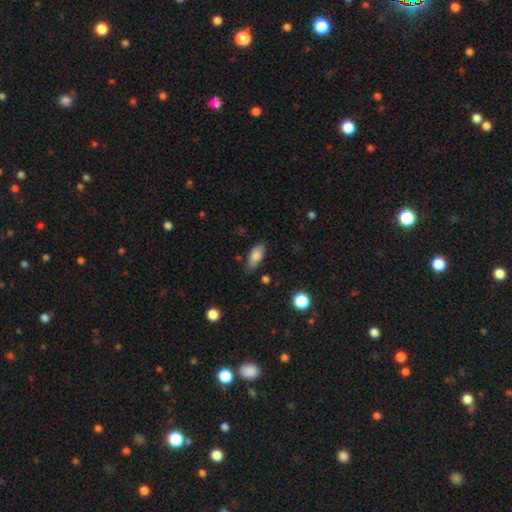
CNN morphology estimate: Overall: smooth (81%). How rounded: in between (86%). Merging: none (76%).